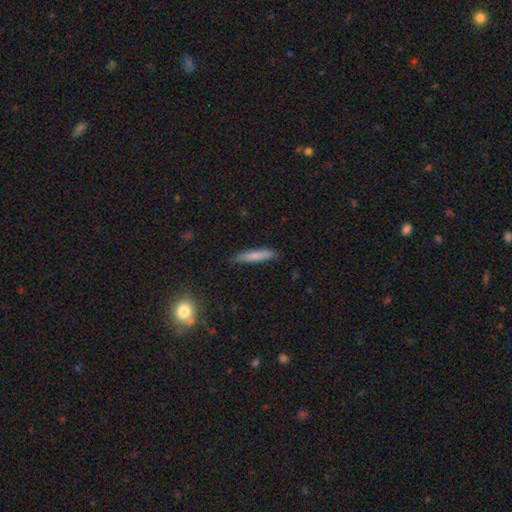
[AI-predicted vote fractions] A smooth galaxy with no disk features (77%) that is cigar-shaped (90%). Merging: none (84%).